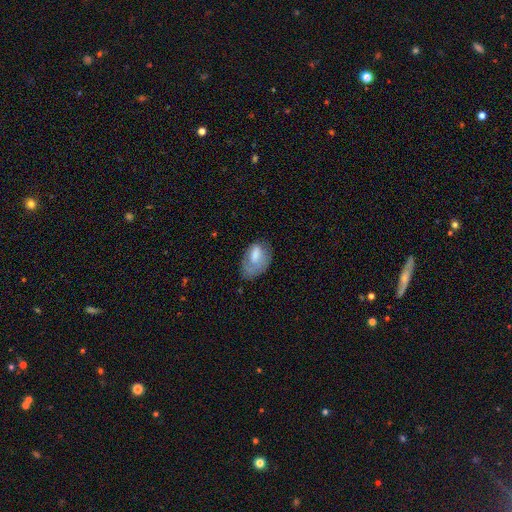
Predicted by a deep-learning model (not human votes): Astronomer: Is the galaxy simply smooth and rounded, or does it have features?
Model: smooth — 66%.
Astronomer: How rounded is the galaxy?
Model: in between — 90%.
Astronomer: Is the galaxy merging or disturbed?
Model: none — 44% (runner-up: minor disturbance, 33%).